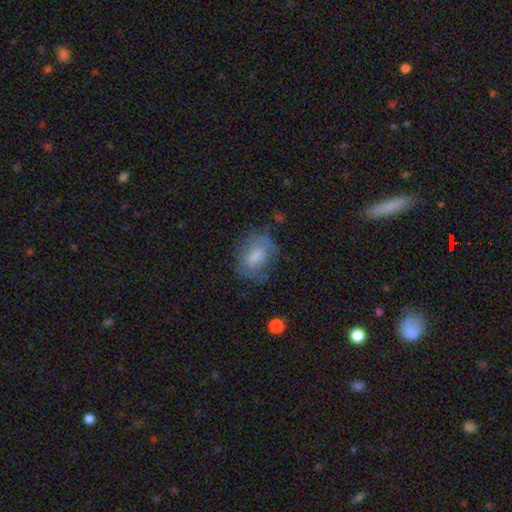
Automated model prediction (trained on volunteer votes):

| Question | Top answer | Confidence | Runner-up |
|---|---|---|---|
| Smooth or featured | smooth | 58% | featured or disk (34%) |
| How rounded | in between | 60% | round (38%) |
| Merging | none | 61% | minor disturbance (24%) |